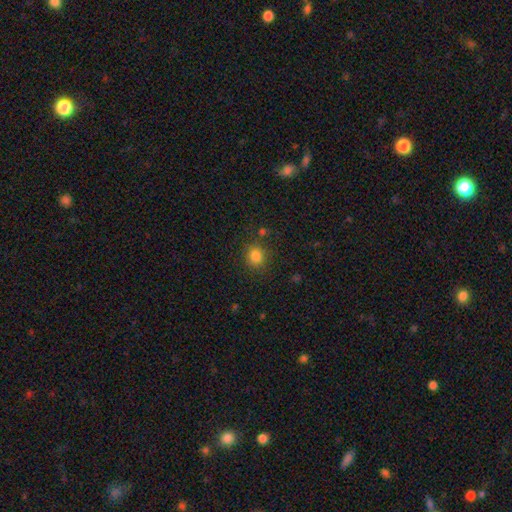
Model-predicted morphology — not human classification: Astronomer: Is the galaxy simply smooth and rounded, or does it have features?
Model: smooth — 83%.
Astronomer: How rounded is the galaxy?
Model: round — 82%.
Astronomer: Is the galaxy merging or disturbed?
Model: none — 83%.